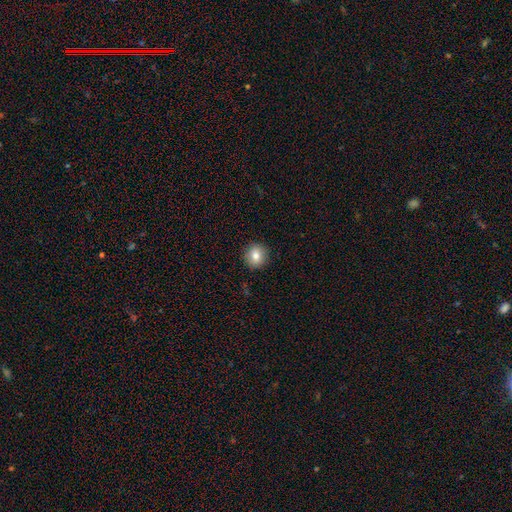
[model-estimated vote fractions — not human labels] The model was most divided on "smooth or featured": smooth: 81%, featured or disk: 10%, star or artifact: 9%. More confident: merging — none (91%); how rounded — round (89%).